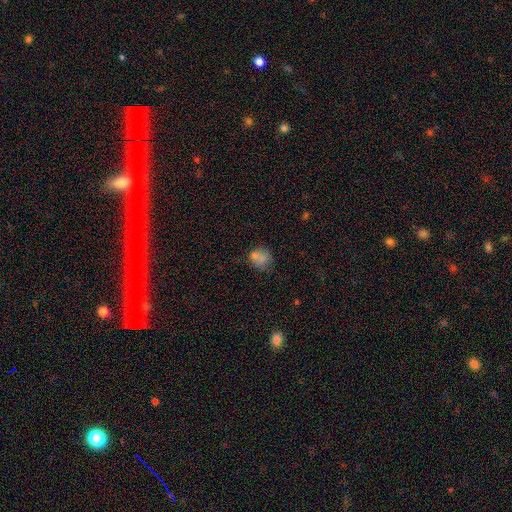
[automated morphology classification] type=smooth (71%); roundness=round (71%); merging=none (53%).